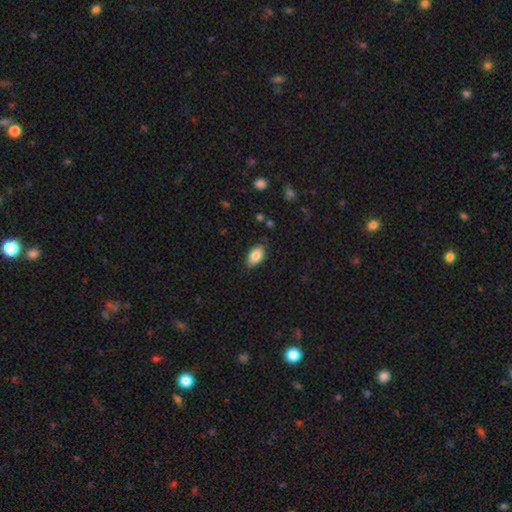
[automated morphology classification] This appears to be a smooth galaxy with no disk features (85%) that is in between round and cigar-shaped (93%). Merging: none (86%).